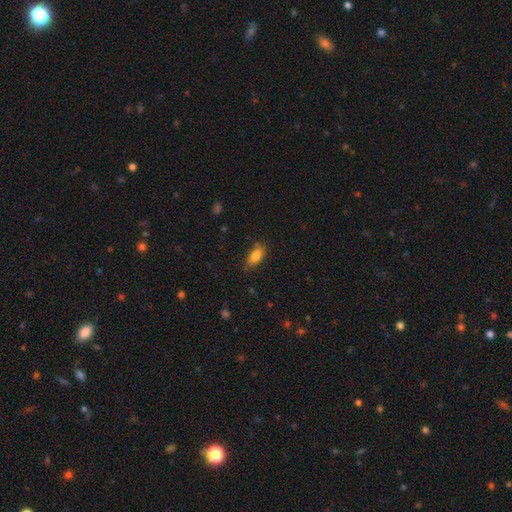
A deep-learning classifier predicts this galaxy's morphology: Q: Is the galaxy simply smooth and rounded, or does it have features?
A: smooth — 83%.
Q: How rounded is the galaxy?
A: in between — 87%.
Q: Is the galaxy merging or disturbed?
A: none — 76%.